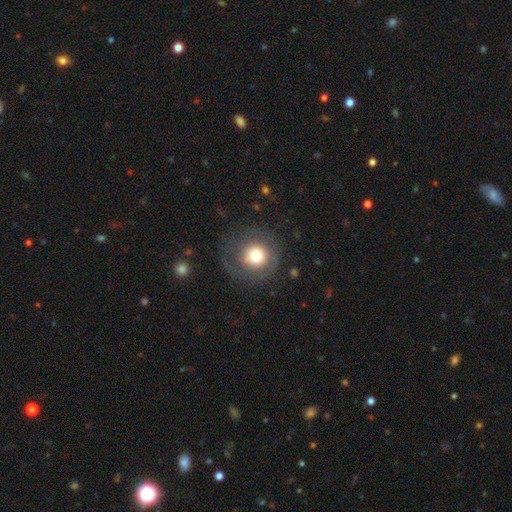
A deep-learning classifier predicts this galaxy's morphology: Smooth or featured?
  - smooth: 64% *
  - featured or disk: 27%
  - star or artifact: 9%
How rounded?
  - round: 94% *
  - in between: 5%
  - cigar-shaped: 1%
Merging?
  - none: 70% *
  - minor disturbance: 15%
  - major disturbance: 14%
  - merger: 2%